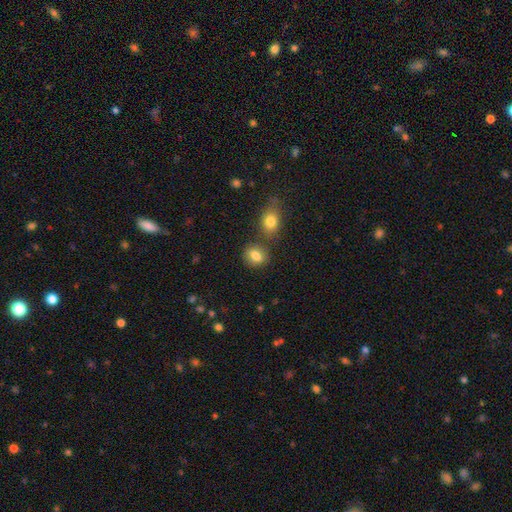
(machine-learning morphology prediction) A smooth galaxy with no disk features (82%) that is in between round and cigar-shaped (50%).

Vote fractions:
- Smooth or featured? smooth: 82% / star or artifact: 10% / featured or disk: 8%
- How rounded? in between: 50% / round: 48% / cigar-shaped: 2%
- Merging? none: 71% / merger: 14% / minor disturbance: 11% / major disturbance: 3%